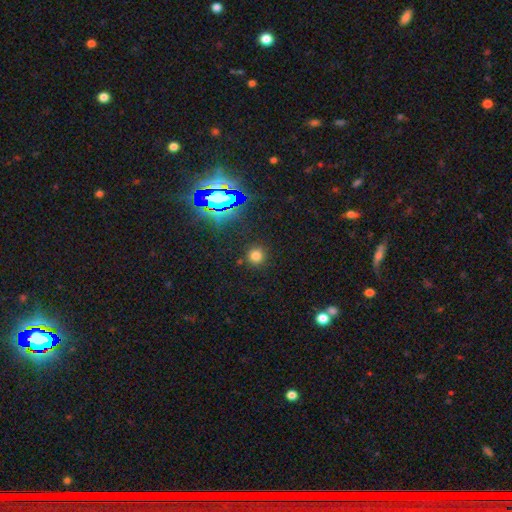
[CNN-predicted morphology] A smooth galaxy with no disk features (71%) that is round (94%).

Vote fractions:
- Smooth or featured? smooth: 71% / star or artifact: 23% / featured or disk: 6%
- How rounded? round: 94% / in between: 5% / cigar-shaped: 1%
- Merging? none: 88% / minor disturbance: 6% / major disturbance: 3% / merger: 3%